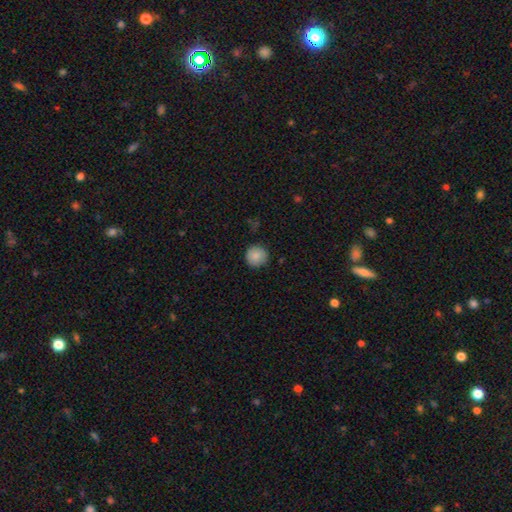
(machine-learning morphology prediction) Smooth or featured? smooth (86%)
How rounded? round (94%)
Merging? none (86%)